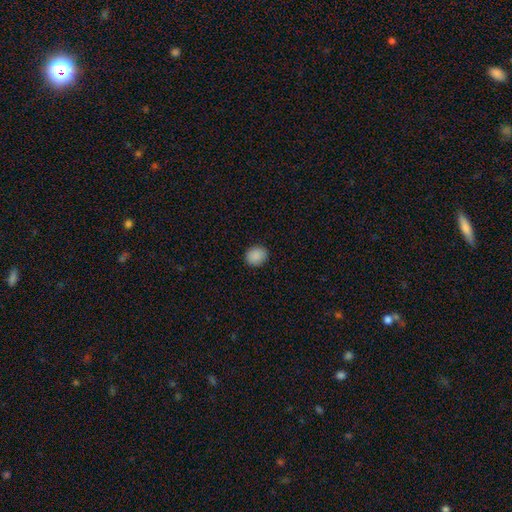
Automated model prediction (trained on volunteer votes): Overall: smooth (89%). How rounded: round (68%; in between 31%). Merging: none (90%).